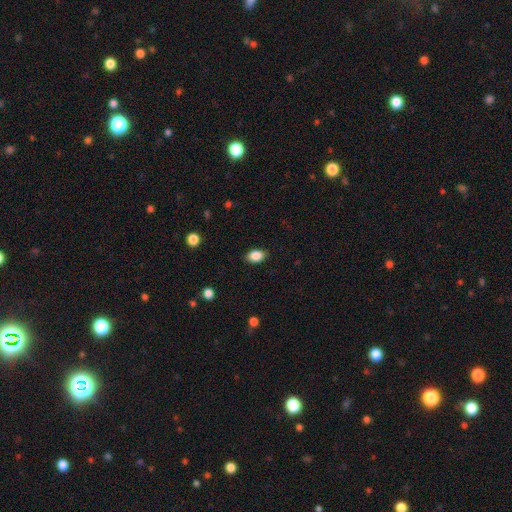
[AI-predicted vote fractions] smooth 87%, star or artifact 8%, featured or disk 5%. Down the decision tree: how rounded — in between (86%); merging — none (87%).